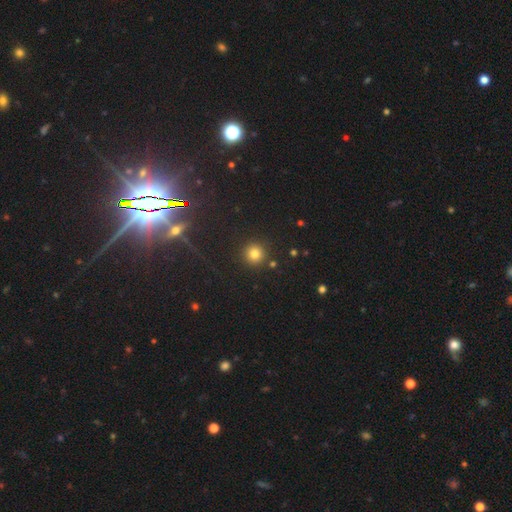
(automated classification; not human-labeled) smooth 72%, star or artifact 21%, featured or disk 7%. Down the decision tree: how rounded — round (95%); merging — none (91%).